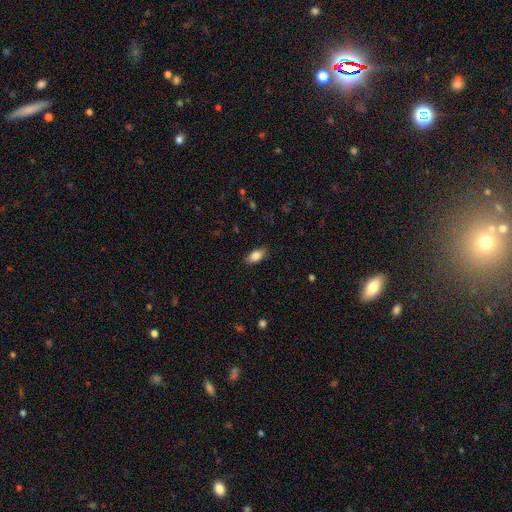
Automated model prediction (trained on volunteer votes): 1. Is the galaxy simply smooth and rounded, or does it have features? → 82% smooth, 11% featured or disk, 7% star or artifact.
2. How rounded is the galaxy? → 87% in between, 7% cigar-shaped, 5% round.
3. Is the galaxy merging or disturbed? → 85% none, 11% minor disturbance, 3% major disturbance, 1% merger.